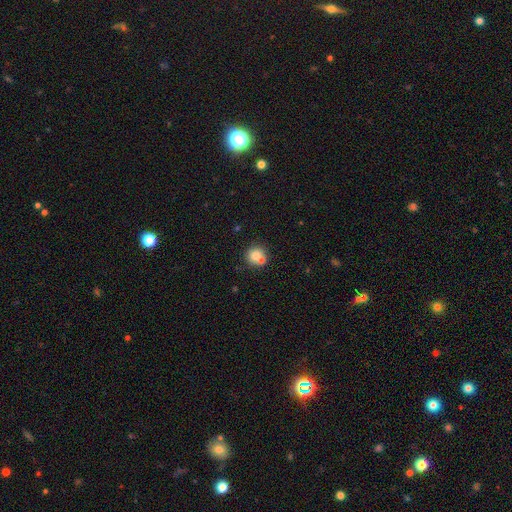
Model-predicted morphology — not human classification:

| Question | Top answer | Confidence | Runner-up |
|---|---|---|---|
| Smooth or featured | smooth | 75% | featured or disk (14%) |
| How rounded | round | 89% | in between (10%) |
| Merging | none | 55% | merger (34%) |